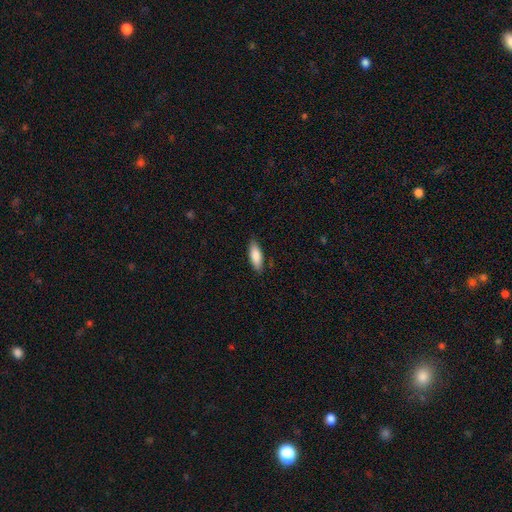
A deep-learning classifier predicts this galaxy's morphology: smooth-or-featured: smooth: 86% | featured or disk: 8% | star or artifact: 6%
  how-rounded: in between: 69% | cigar-shaped: 29% | round: 2%
  merging: none: 86% | minor disturbance: 11% | major disturbance: 2% | merger: 1%